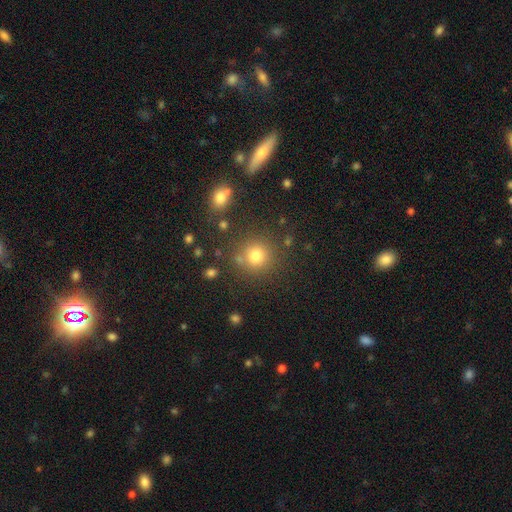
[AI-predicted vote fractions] A smooth galaxy with no disk features (78%) that is round (91%).

Vote fractions:
- Smooth or featured? smooth: 78% / star or artifact: 15% / featured or disk: 7%
- How rounded? round: 91% / in between: 8% / cigar-shaped: 1%
- Merging? none: 79% / minor disturbance: 9% / merger: 8% / major disturbance: 4%